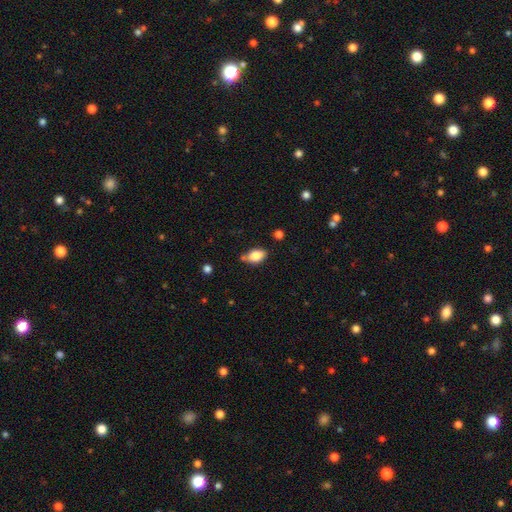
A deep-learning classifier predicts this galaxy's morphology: Overall: smooth (83%). How rounded: in between (86%). Merging: none (64%).